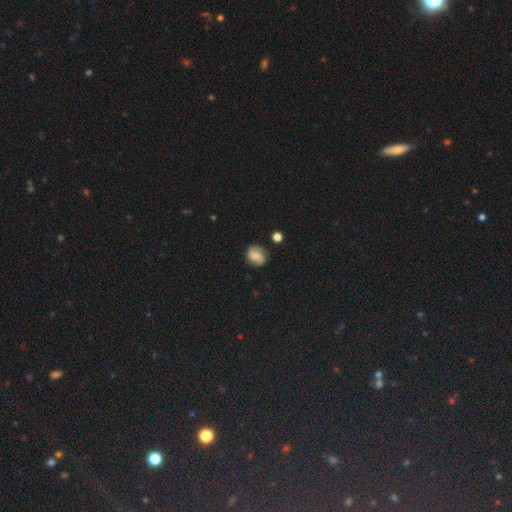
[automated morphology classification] Smooth or featured: smooth — 47% (featured or disk — 42%)
Merging: none — 73% (minor disturbance — 18%)